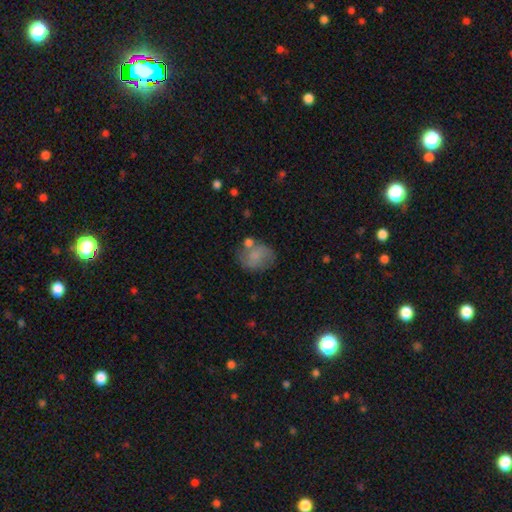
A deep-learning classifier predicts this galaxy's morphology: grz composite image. It shows a smooth galaxy with no disk features (67%) that is round (52%). Merging: none (53%).